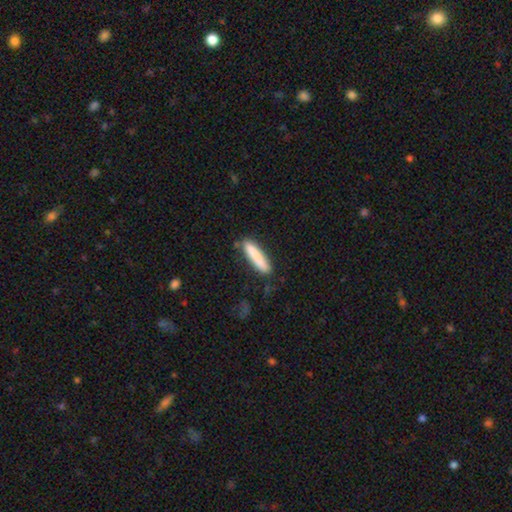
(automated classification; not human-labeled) Q: Smooth or featured?
A: smooth (83%); runner-up: featured or disk (11%)
Q: How rounded?
A: cigar-shaped (85%); runner-up: in between (13%)
Q: Merging?
A: none (83%); runner-up: minor disturbance (12%)